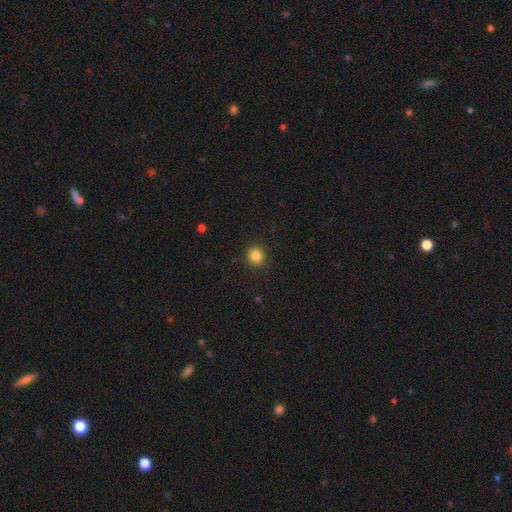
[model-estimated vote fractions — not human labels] Smooth or featured? smooth (84%)
How rounded? round (91%)
Merging? none (92%)